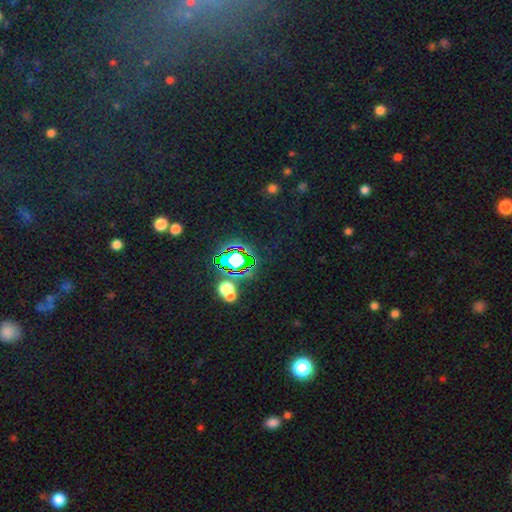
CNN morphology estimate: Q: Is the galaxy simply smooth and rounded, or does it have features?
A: star or artifact — 78%.